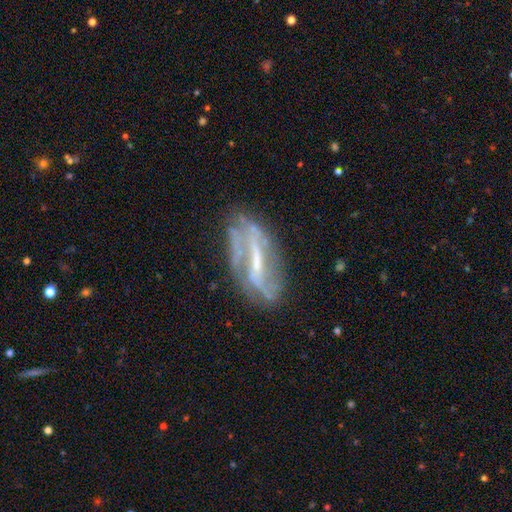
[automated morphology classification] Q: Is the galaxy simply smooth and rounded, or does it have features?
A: featured or disk — 77%.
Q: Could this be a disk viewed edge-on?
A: no — 84%.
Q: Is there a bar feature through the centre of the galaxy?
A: strong — 57%.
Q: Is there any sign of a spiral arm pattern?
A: yes — 71%.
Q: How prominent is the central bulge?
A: small — 42%.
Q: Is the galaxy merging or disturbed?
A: none — 59%.